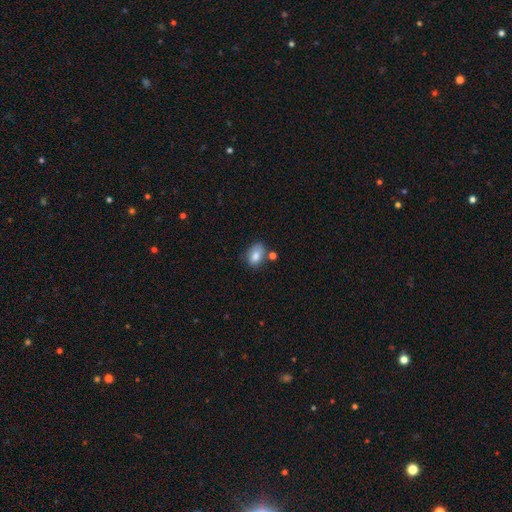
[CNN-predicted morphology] smooth 81%, featured or disk 10%, star or artifact 9%. Down the decision tree: how rounded — in between (76%); merging — none (60%).